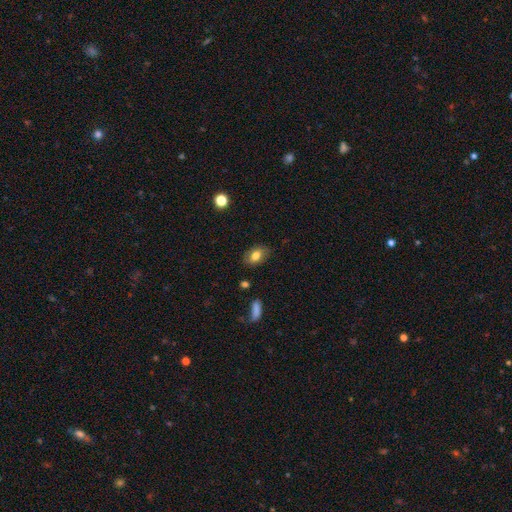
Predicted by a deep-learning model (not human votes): Smooth or featured? Predicted: smooth (p=0.75). How rounded? Predicted: in between (p=0.87). Merging? Predicted: none (p=0.82).